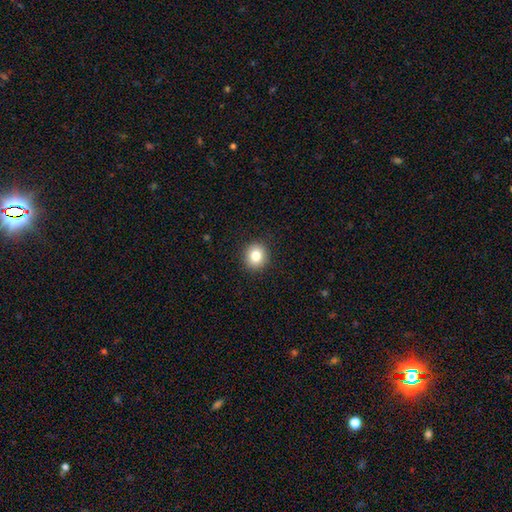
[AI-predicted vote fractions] Smooth or featured? smooth (82%)
How rounded? round (86%)
Merging? none (92%)